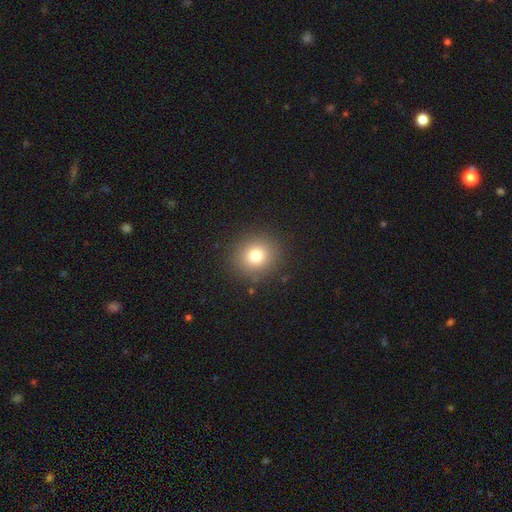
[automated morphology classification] A smooth galaxy with no disk features (78%) that is round (85%). Merging: none (89%).